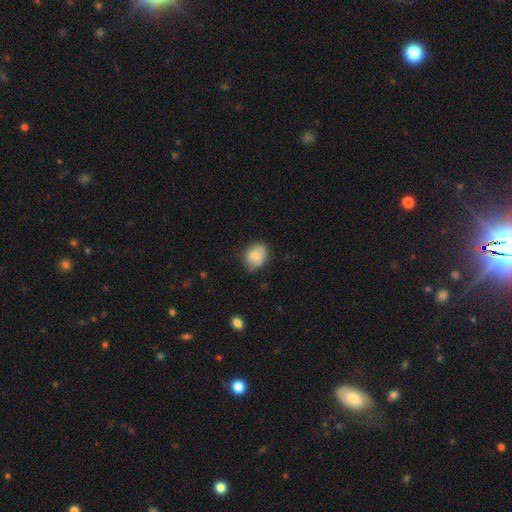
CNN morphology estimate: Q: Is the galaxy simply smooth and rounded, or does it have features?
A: smooth — 79%.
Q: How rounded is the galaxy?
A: in between — 56%.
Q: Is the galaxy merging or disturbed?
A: none — 65%.